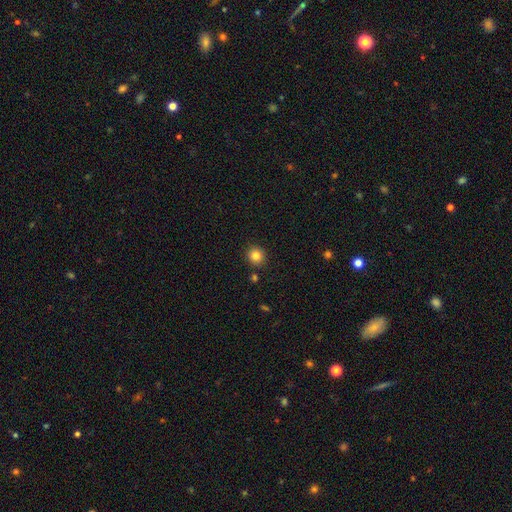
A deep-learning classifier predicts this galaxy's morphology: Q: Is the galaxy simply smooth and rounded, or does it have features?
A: smooth — 84%.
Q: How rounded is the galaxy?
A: round — 90%.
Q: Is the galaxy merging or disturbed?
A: none — 89%.